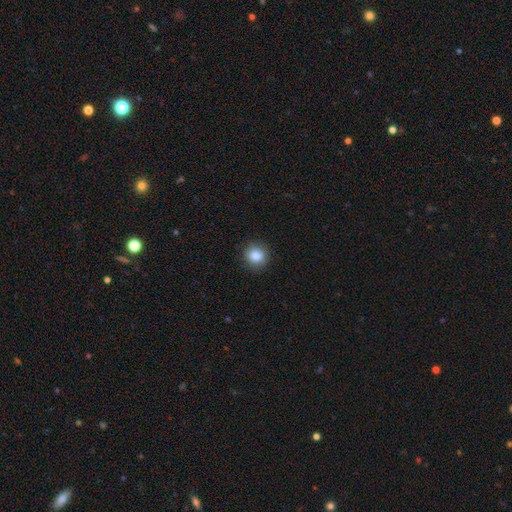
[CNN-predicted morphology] smooth 87%, star or artifact 9%, featured or disk 4%. Down the decision tree: how rounded — round (86%); merging — none (88%).